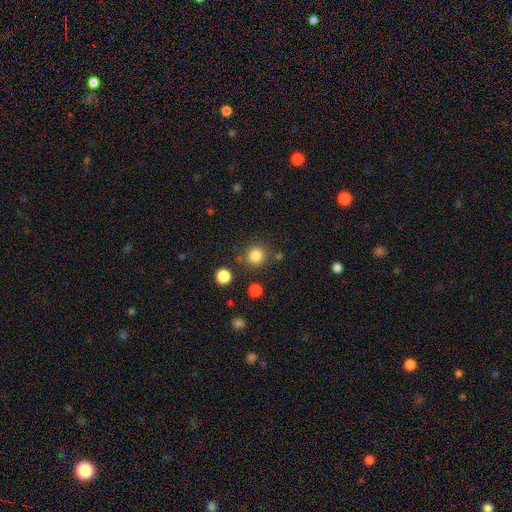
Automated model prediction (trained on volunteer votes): Q: Smooth or featured?
A: smooth (83%); runner-up: star or artifact (12%)
Q: How rounded?
A: round (93%); runner-up: in between (6%)
Q: Merging?
A: none (85%); runner-up: minor disturbance (8%)